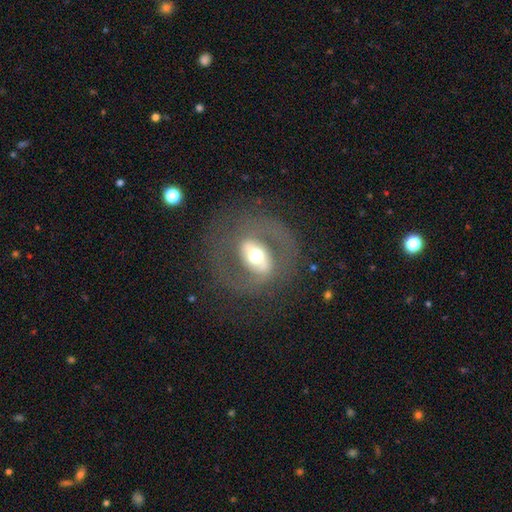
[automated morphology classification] smooth-or-featured: featured or disk: 72% | smooth: 20% | star or artifact: 8%
  disk-edge-on: no: 95% | yes: 5%
    bar: strong: 42% | weak: 32% | no: 26%
    has-spiral-arms: yes: 66% | no: 34%
    bulge-size: moderate: 57% | large: 29% | small: 7% | dominant: 6% | none: 1%
  merging: none: 73% | major disturbance: 13% | minor disturbance: 12% | merger: 1%